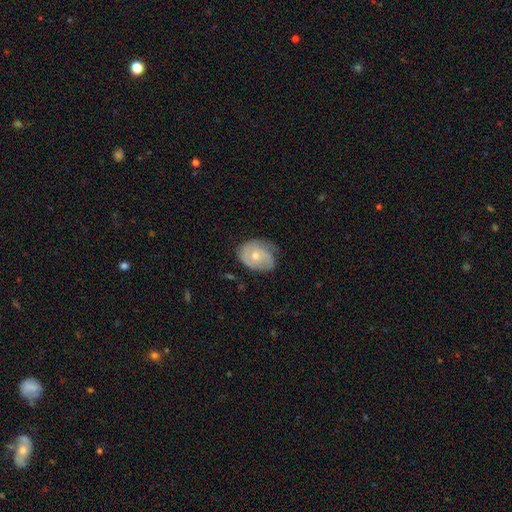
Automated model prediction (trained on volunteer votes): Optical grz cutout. It shows a featured or disk galaxy (48%). Merging: none (52%).